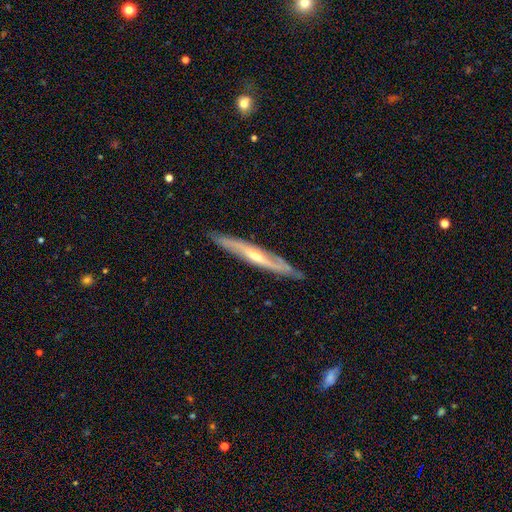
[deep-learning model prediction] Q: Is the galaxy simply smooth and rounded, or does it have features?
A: featured or disk — 74%.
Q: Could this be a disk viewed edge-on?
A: yes — 79%.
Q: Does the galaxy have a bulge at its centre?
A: rounded — 67%.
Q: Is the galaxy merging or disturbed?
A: none — 83%.